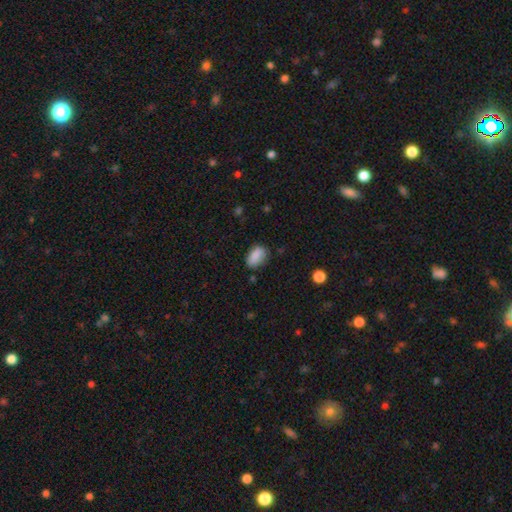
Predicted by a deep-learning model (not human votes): smooth 87%, star or artifact 8%, featured or disk 5%. Down the decision tree: how rounded — in between (89%); merging — none (74%).